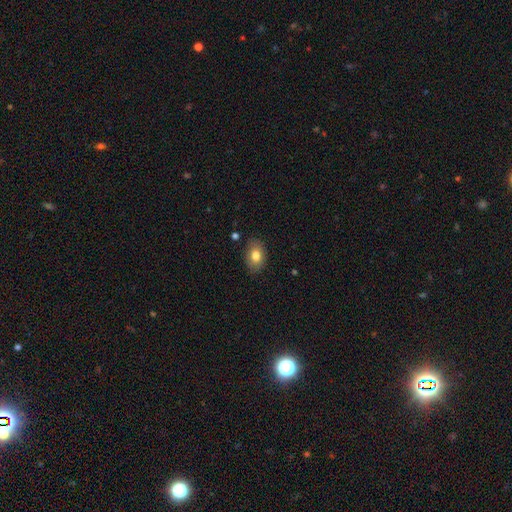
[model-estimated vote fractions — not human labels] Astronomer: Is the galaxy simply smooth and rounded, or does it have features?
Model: smooth — 78%.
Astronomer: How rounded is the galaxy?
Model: in between — 79%.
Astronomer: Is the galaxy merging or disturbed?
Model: none — 85%.